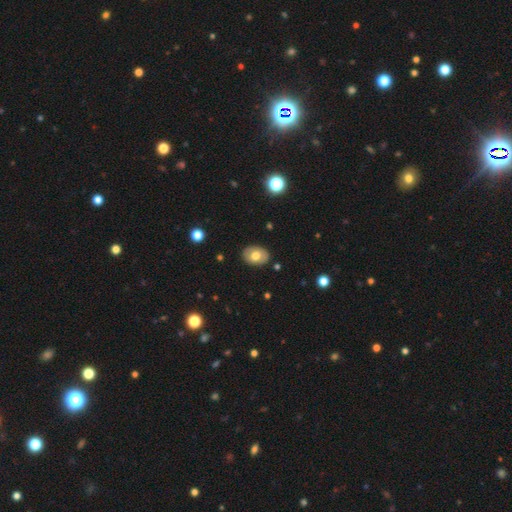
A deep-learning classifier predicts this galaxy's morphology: Overall: smooth (69%). How rounded: in between (79%). Merging: none (87%).